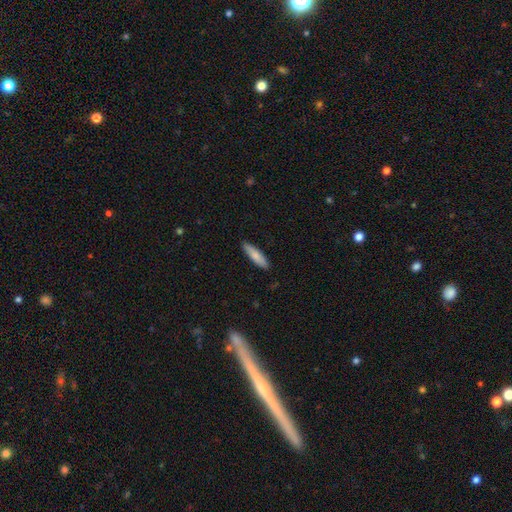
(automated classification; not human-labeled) This appears to be a smooth galaxy with no disk features (80%) that is cigar-shaped (73%). Merging: none (89%).